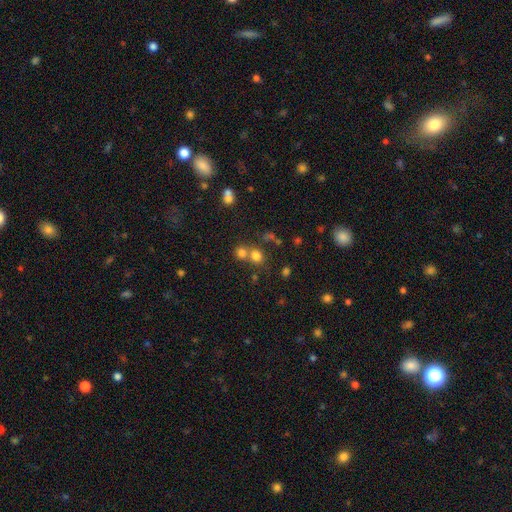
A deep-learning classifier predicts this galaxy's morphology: Smooth or featured?
  - smooth: 73% *
  - star or artifact: 18%
  - featured or disk: 9%
How rounded?
  - round: 83% *
  - in between: 16%
  - cigar-shaped: 1%
Merging?
  - none: 52% *
  - merger: 39%
  - minor disturbance: 6%
  - major disturbance: 3%